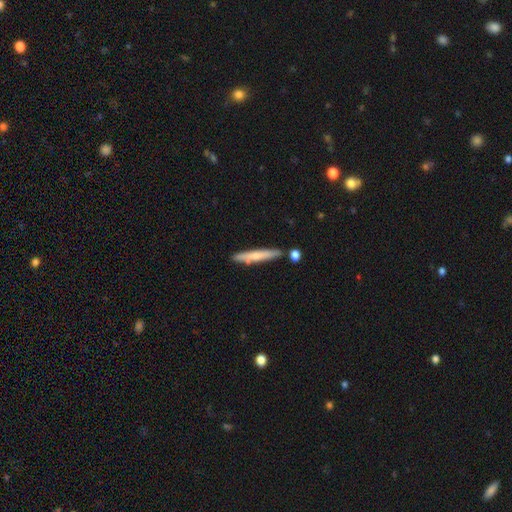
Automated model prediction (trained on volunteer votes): Smooth or featured? smooth (61%)
How rounded? cigar-shaped (93%)
Merging? none (79%)